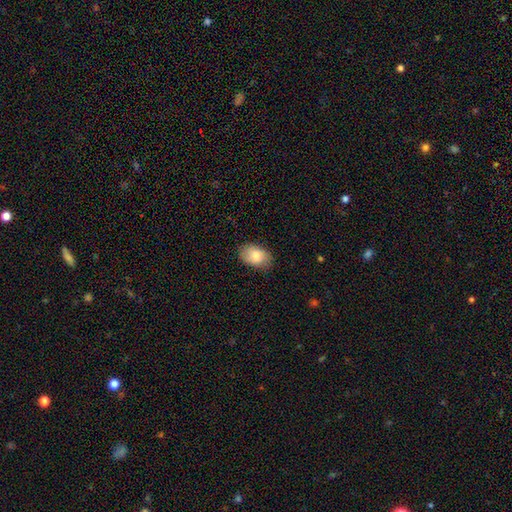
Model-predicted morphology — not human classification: A smooth galaxy with no disk features (83%) that is in between round and cigar-shaped (87%). Merging: none (80%).